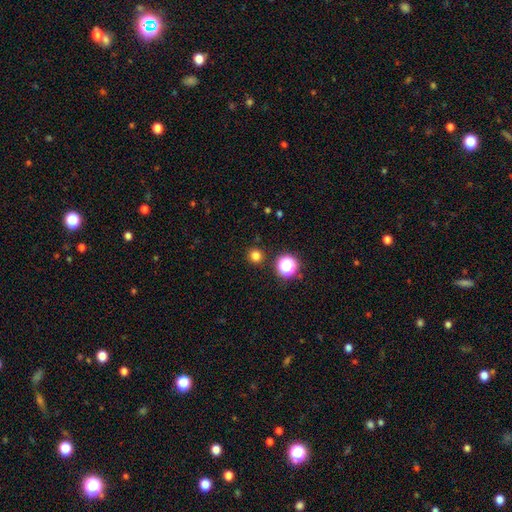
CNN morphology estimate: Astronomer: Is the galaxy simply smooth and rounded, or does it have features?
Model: smooth — 78%.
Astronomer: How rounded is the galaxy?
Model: round — 94%.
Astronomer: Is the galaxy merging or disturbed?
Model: none — 91%.